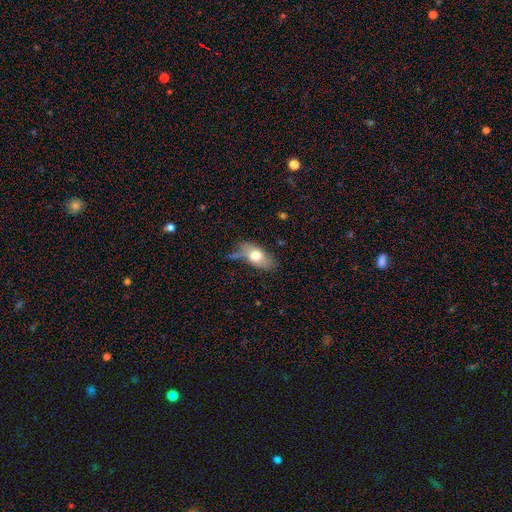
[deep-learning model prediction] Morphology: type=smooth (68%); roundness=in between (87%); merging=none (58%).